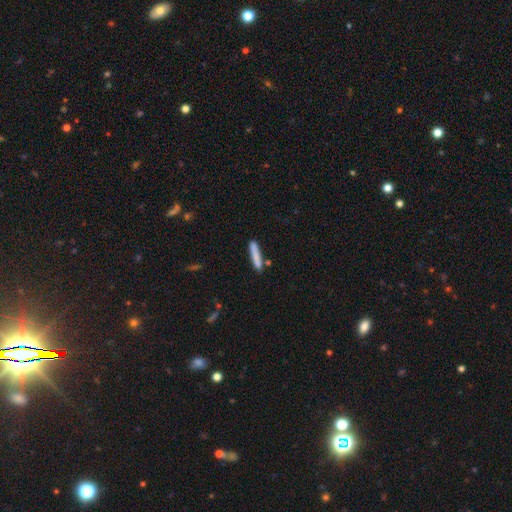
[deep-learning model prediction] Smooth or featured: smooth — 82% (featured or disk — 11%)
How rounded: cigar-shaped — 92% (in between — 6%)
Merging: none — 81% (minor disturbance — 11%)